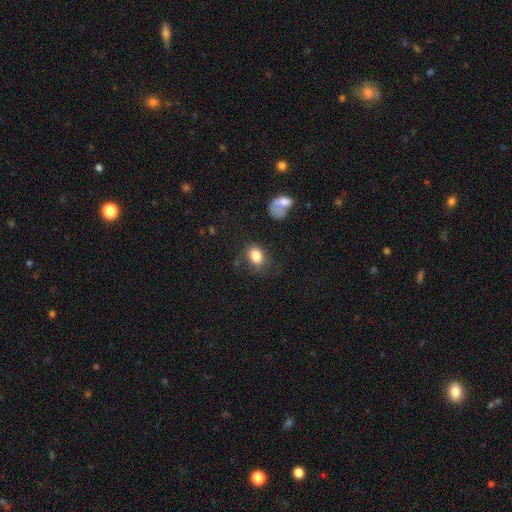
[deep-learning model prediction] This is clearly a smooth galaxy (83%). How rounded: likely in between (68%). Merging: likely none (64%).